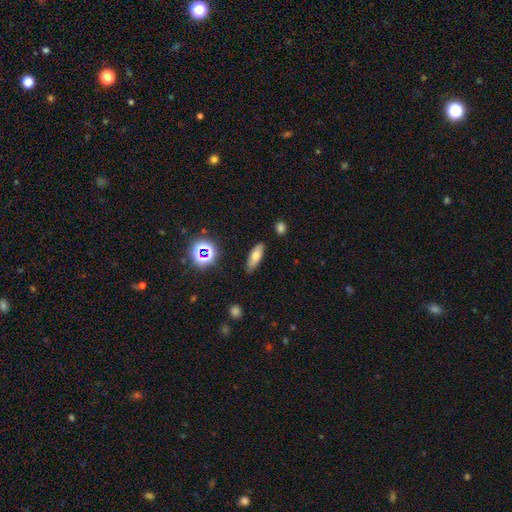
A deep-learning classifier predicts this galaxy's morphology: The model was most divided on "how rounded": in between: 63%, cigar-shaped: 32%, round: 4%. More confident: merging — none (81%); smooth or featured — smooth (67%).